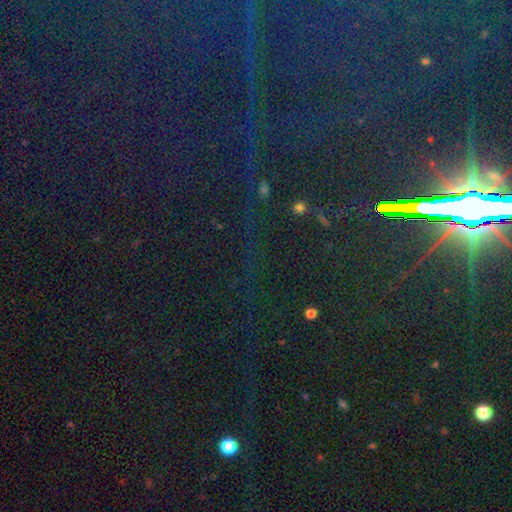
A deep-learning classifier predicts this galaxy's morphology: smooth-or-featured: star or artifact: 84% | smooth: 9% | featured or disk: 8%